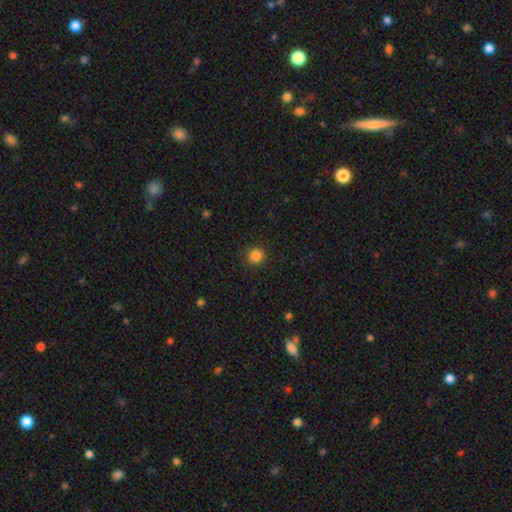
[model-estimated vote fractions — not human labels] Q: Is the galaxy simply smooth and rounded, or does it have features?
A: smooth — 85%.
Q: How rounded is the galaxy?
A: round — 94%.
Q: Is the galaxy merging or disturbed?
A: none — 91%.